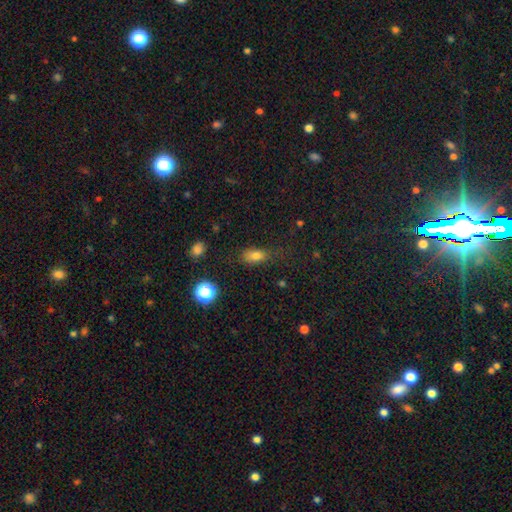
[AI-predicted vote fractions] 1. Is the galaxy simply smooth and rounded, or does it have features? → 77% smooth, 14% star or artifact, 9% featured or disk.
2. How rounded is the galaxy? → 81% in between, 13% round, 6% cigar-shaped.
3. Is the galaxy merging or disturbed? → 70% none, 20% minor disturbance, 7% major disturbance, 2% merger.